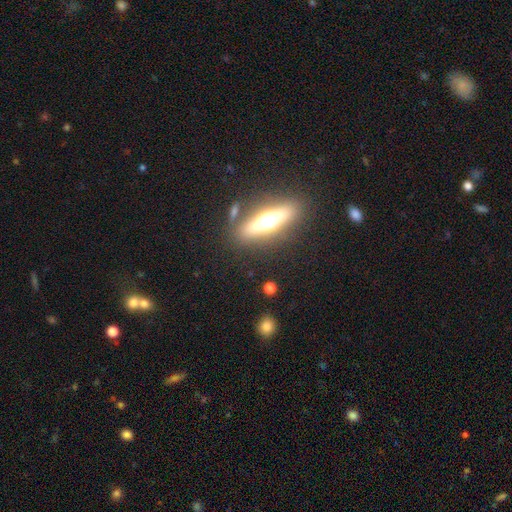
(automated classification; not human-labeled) The model was most divided on "smooth or featured": featured or disk: 58%, smooth: 31%, star or artifact: 11%. More confident: edge-on disk — yes (91%); edge-on bulge — rounded (88%); merging — none (85%).